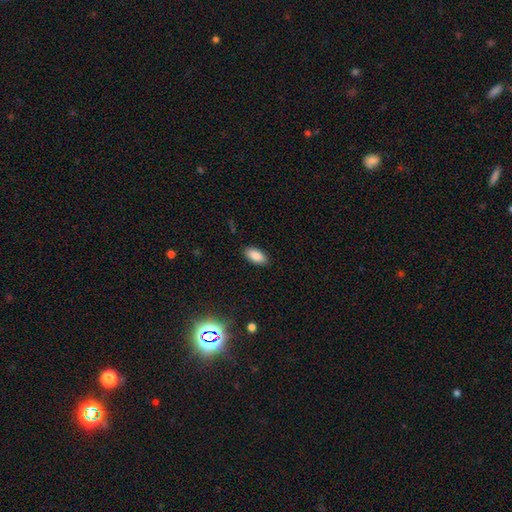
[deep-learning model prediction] The model was most divided on "smooth or featured": smooth: 87%, star or artifact: 8%, featured or disk: 5%. More confident: how rounded — in between (92%); merging — none (89%).